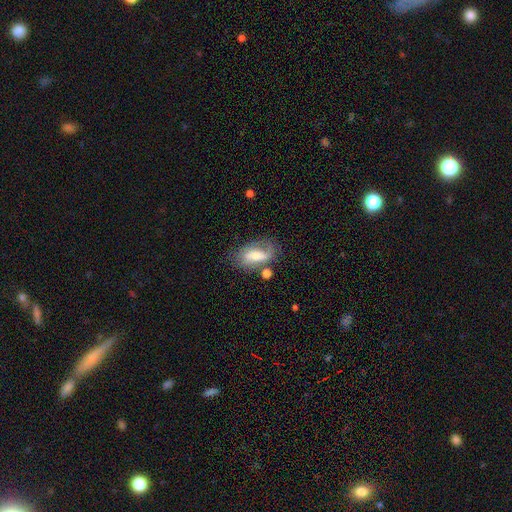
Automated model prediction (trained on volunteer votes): A featured or disk galaxy (55%) with a weak bar (41%), spiral arms (75%) and a moderate central bulge (54%). Merging: none (57%).